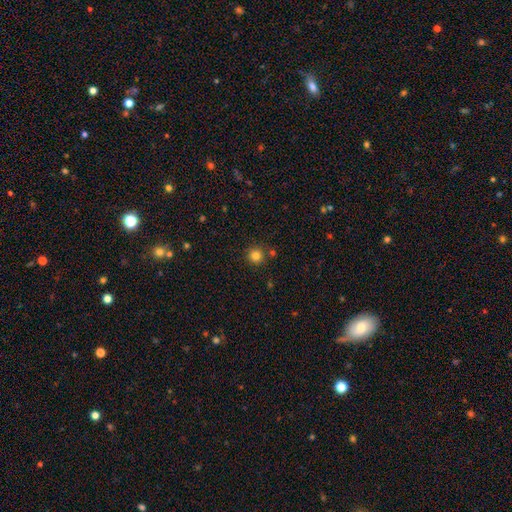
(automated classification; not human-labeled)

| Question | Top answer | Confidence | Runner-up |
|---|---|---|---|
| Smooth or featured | smooth | 82% | star or artifact (13%) |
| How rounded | round | 94% | in between (5%) |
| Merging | none | 84% | minor disturbance (7%) |